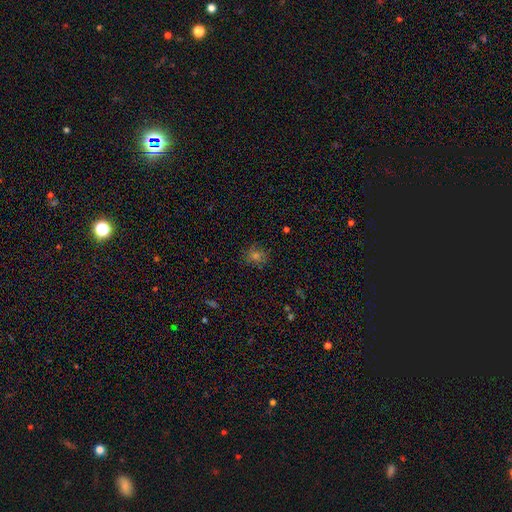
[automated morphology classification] Q: Smooth or featured?
A: smooth (56%); runner-up: star or artifact (31%)
Q: How rounded?
A: round (81%); runner-up: in between (18%)
Q: Merging?
A: none (84%); runner-up: minor disturbance (11%)